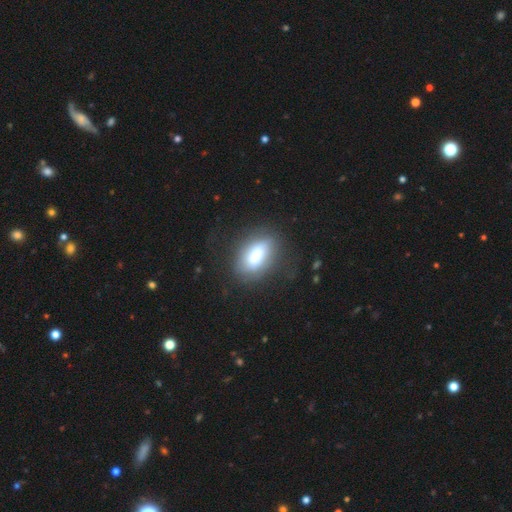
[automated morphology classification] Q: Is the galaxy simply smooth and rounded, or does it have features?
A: smooth — 66%.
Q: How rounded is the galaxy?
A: in between — 87%.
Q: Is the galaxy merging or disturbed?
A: none — 65%.